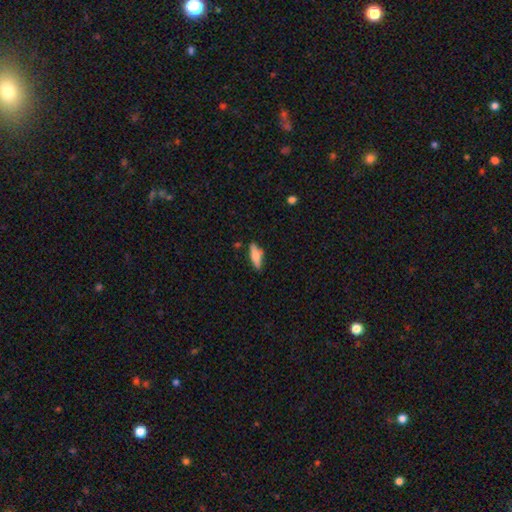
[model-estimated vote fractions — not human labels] Q: Smooth or featured?
A: smooth (63%); runner-up: featured or disk (30%)
Q: How rounded?
A: in between (52%); runner-up: cigar-shaped (45%)
Q: Merging?
A: none (77%); runner-up: minor disturbance (17%)